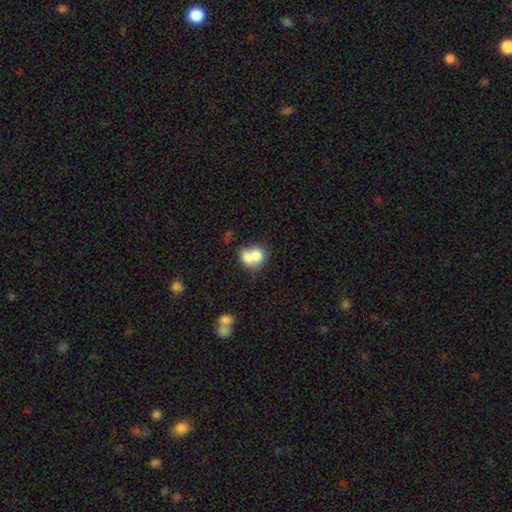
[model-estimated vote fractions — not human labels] Smooth or featured?
  - smooth: 70% *
  - featured or disk: 21%
  - star or artifact: 9%
How rounded?
  - round: 63% *
  - in between: 36%
  - cigar-shaped: 1%
Merging?
  - merger: 67% *
  - none: 22%
  - minor disturbance: 7%
  - major disturbance: 4%